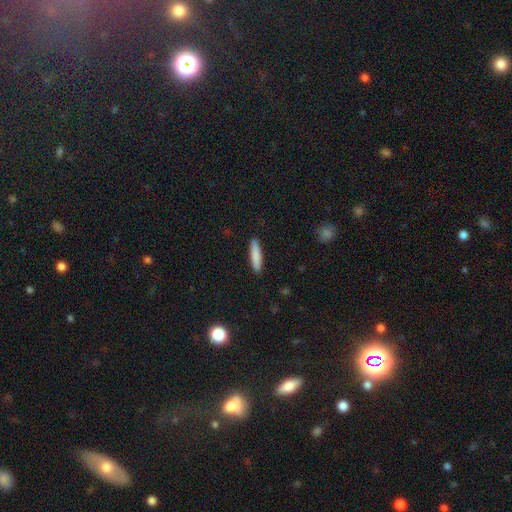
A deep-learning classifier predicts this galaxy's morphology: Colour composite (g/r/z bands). It shows a smooth galaxy with no disk features (84%) that is cigar-shaped (84%). Merging: none (90%).